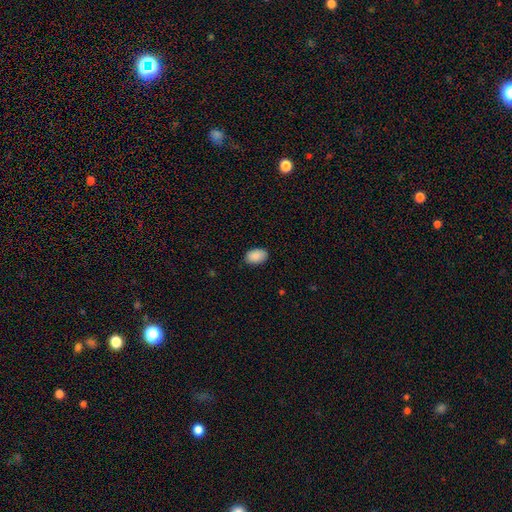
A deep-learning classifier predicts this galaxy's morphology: A smooth galaxy with no disk features (90%) that is in between round and cigar-shaped (88%).

Vote fractions:
- Smooth or featured? smooth: 90% / star or artifact: 7% / featured or disk: 3%
- How rounded? in between: 88% / round: 11% / cigar-shaped: 1%
- Merging? none: 86% / minor disturbance: 11% / major disturbance: 2% / merger: 1%